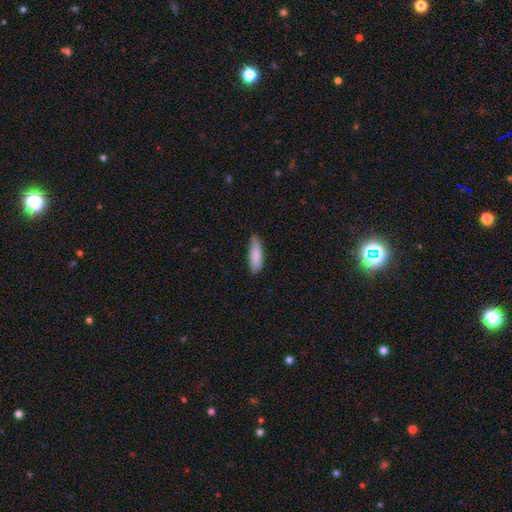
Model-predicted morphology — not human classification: This appears to be a smooth galaxy with no disk features (87%) that is in between round and cigar-shaped (50%). Merging: none (73%).